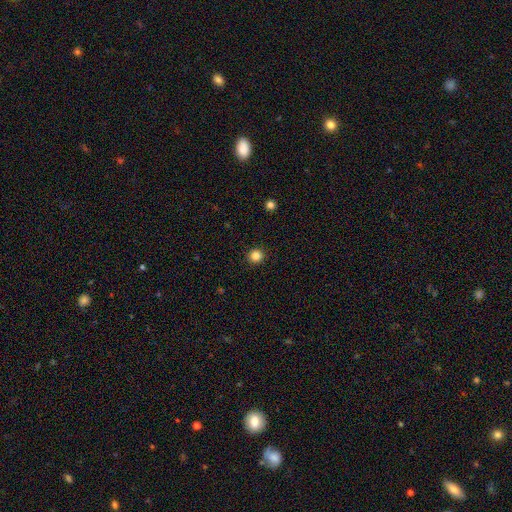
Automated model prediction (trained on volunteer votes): smooth 84%, star or artifact 13%, featured or disk 4%. Down the decision tree: how rounded — round (95%); merging — none (93%).